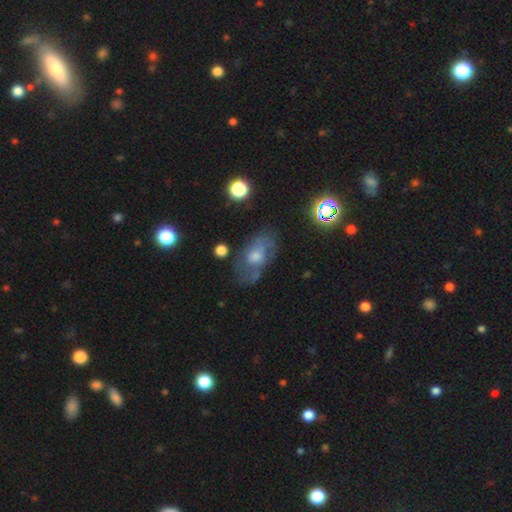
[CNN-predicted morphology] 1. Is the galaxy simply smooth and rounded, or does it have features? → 52% featured or disk, 34% smooth, 14% star or artifact.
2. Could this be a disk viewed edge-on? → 91% no, 9% yes.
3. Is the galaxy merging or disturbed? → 64% none, 22% minor disturbance, 11% major disturbance, 3% merger.